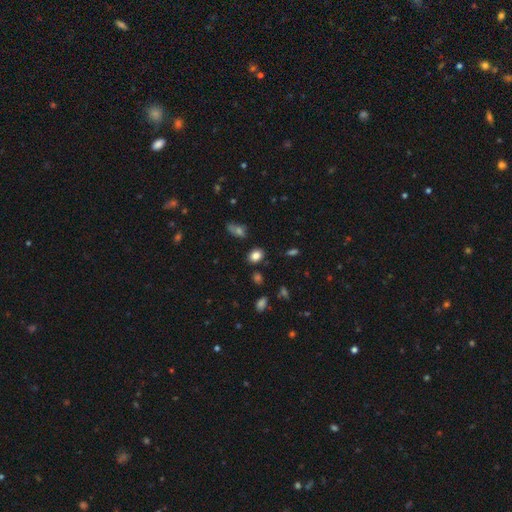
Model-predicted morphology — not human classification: Smooth or featured: smooth — 84% (star or artifact — 11%)
How rounded: in between — 63% (round — 35%)
Merging: none — 82% (minor disturbance — 11%)